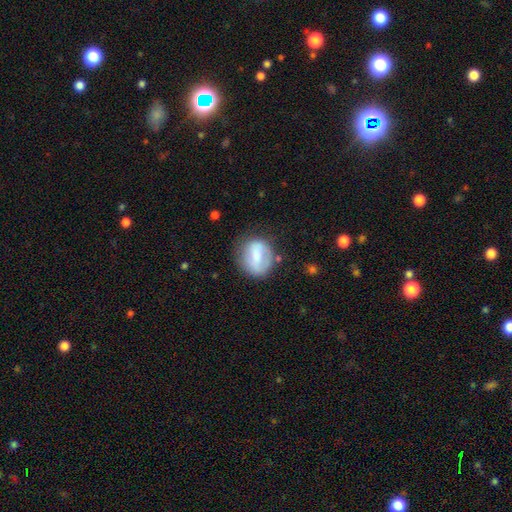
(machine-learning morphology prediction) smooth_or_featured: smooth (p=0.61) [alt: featured or disk p=0.31]
how_rounded: round (p=0.58) [alt: in between p=0.40]
merging: none (p=0.61) [alt: minor disturbance p=0.24]